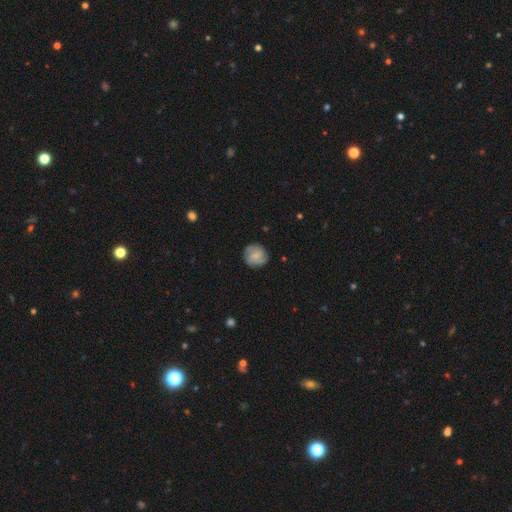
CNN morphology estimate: The model was most divided on "smooth or featured": smooth: 56%, featured or disk: 37%, star or artifact: 8%. More confident: how rounded — round (89%); merging — none (83%).